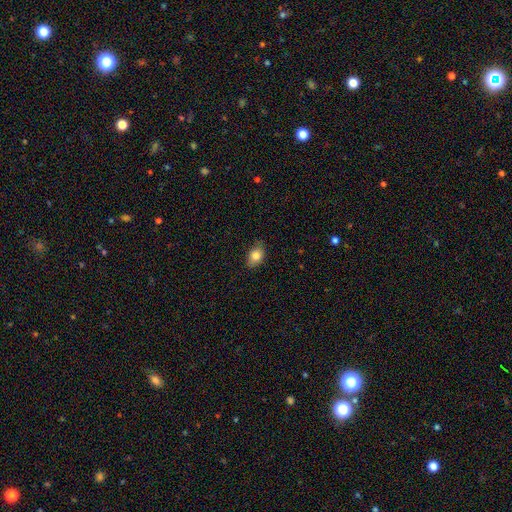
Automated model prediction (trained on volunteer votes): smooth-or-featured: smooth: 83% | featured or disk: 9% | star or artifact: 8%
  how-rounded: in between: 80% | round: 19% | cigar-shaped: 2%
  merging: none: 79% | minor disturbance: 17% | major disturbance: 3% | merger: 1%